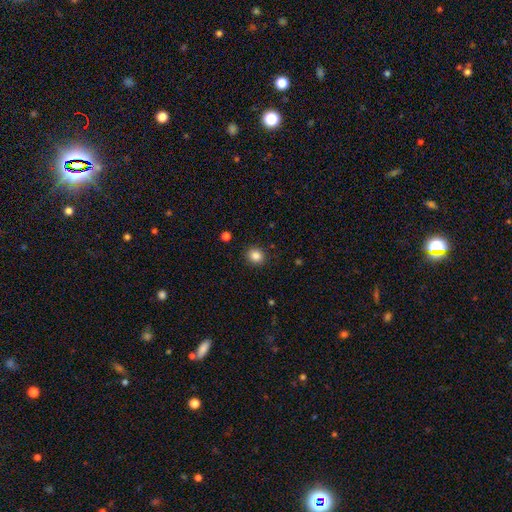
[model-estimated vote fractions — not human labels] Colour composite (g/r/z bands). It shows a smooth galaxy with no disk features (85%) that is round (80%). Merging: none (90%).